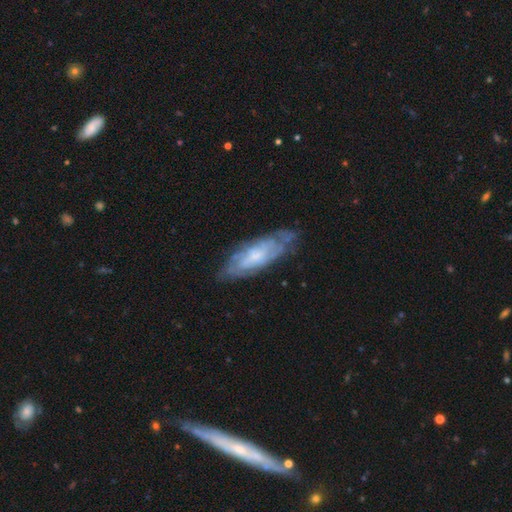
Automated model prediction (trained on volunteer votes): The model was most divided on "bulge size": small: 58%, moderate: 29%, none: 9%, large: 3%, dominant: 1%. More confident: edge-on disk — no (84%); spiral arms — yes (81%); merging — none (70%); smooth or featured — featured or disk (69%); bar — no (67%).